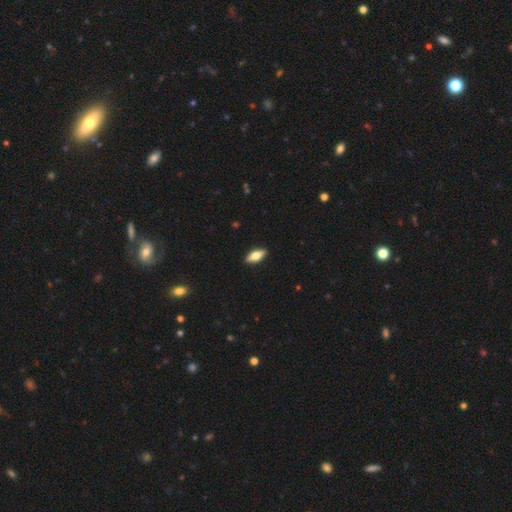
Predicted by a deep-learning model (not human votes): A smooth galaxy with no disk features (64%) that is in between round and cigar-shaped (72%). Merging: none (90%).